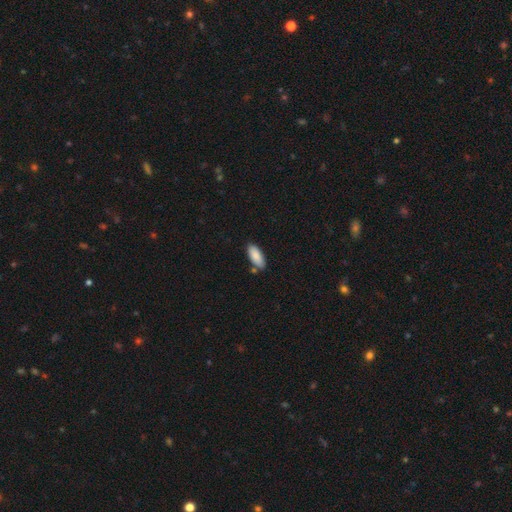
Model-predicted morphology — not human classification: This is clearly a smooth galaxy (87%). How rounded: clearly in between (83%). Merging: likely none (78%).